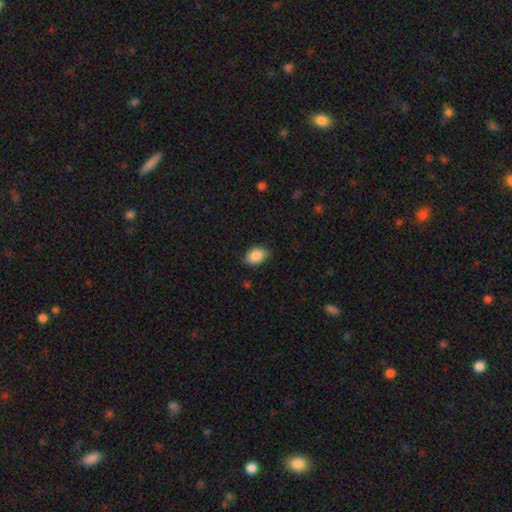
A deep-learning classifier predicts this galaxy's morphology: The model was most divided on "merging": none: 81%, minor disturbance: 15%, major disturbance: 3%, merger: 1%. More confident: smooth or featured — smooth (88%); how rounded — in between (83%).